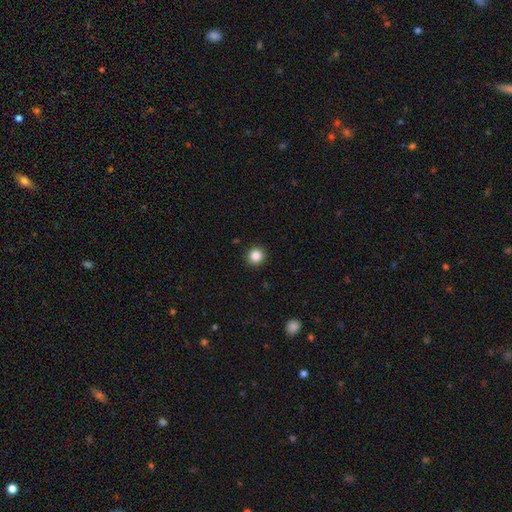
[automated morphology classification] A smooth galaxy with no disk features (85%) that is round (94%). Merging: none (93%).